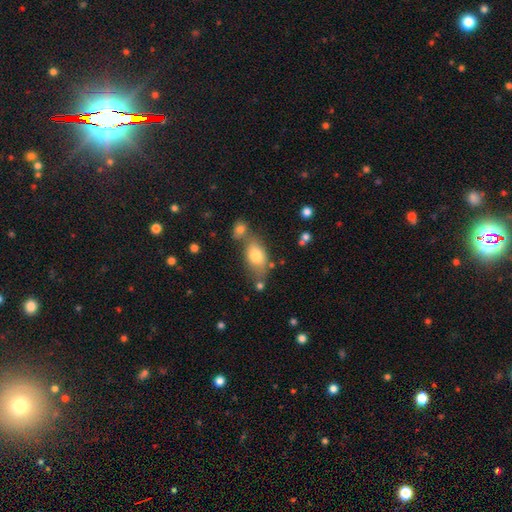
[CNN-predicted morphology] Q: Smooth or featured?
A: smooth (77%); runner-up: featured or disk (14%)
Q: How rounded?
A: in between (85%); runner-up: round (12%)
Q: Merging?
A: none (50%); runner-up: merger (26%)